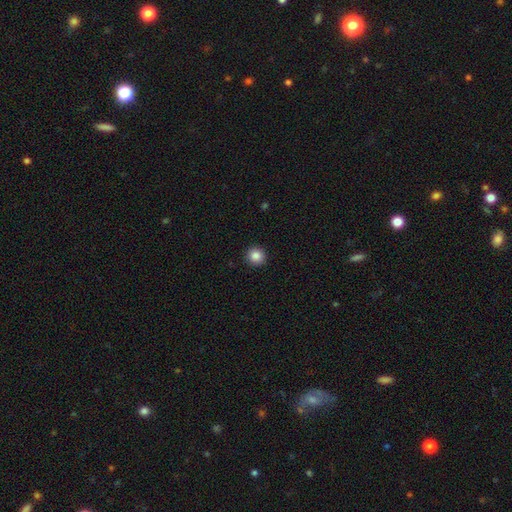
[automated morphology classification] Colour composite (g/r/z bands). It shows a smooth galaxy with no disk features (86%) that is round (93%). Merging: none (92%).